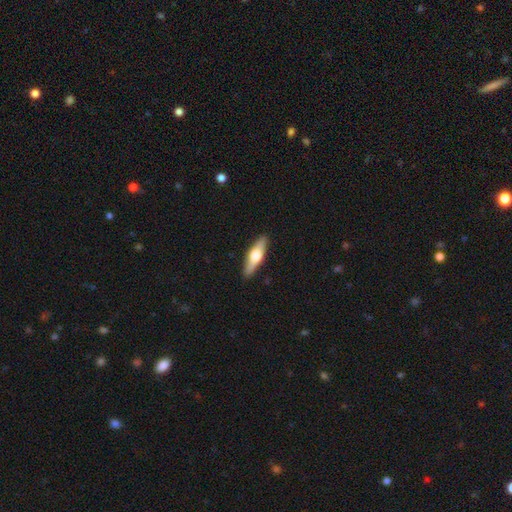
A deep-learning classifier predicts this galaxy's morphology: Smooth or featured: featured or disk — 54% (smooth — 41%)
Edge-on disk: yes — 94% (no — 6%)
Edge-on bulge: rounded — 94% (boxy — 4%)
Merging: none — 90% (minor disturbance — 7%)